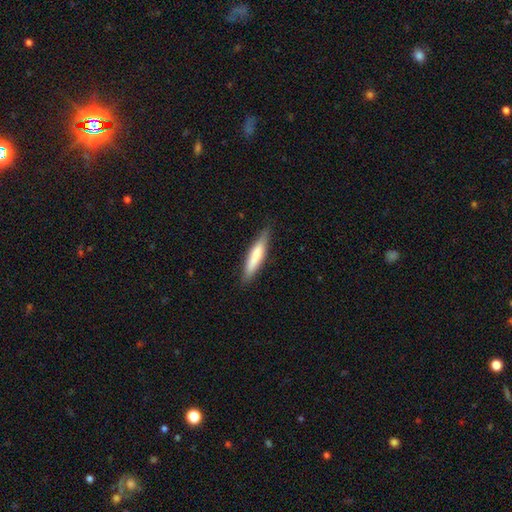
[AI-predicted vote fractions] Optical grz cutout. It shows a smooth galaxy with no disk features (70%) that is cigar-shaped (86%). Merging: none (85%).